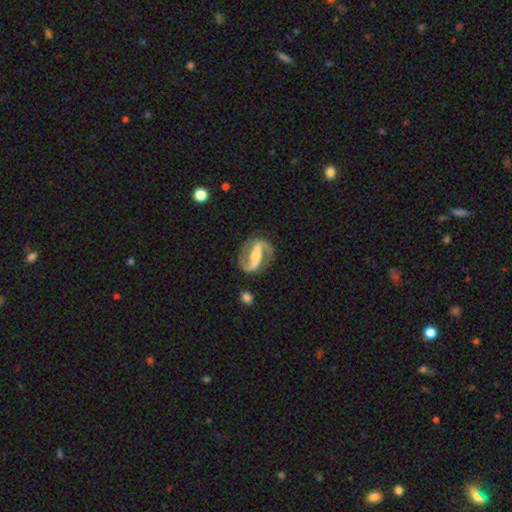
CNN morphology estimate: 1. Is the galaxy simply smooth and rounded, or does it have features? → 90% featured or disk, 6% smooth, 4% star or artifact.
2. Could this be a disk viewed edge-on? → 96% no, 4% yes.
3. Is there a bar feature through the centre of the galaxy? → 68% strong, 20% weak, 11% no.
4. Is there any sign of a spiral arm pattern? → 96% yes, 4% no.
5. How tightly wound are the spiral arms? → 50% medium, 25% tight, 25% loose.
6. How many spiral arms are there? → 93% 2, 2% 1, 2% can't tell, 1% 3, 1% 4, 1% more than 4.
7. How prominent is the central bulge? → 58% moderate, 34% small, 5% large, 2% none, 1% dominant.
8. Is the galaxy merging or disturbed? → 84% none, 10% minor disturbance, 4% major disturbance, 2% merger.